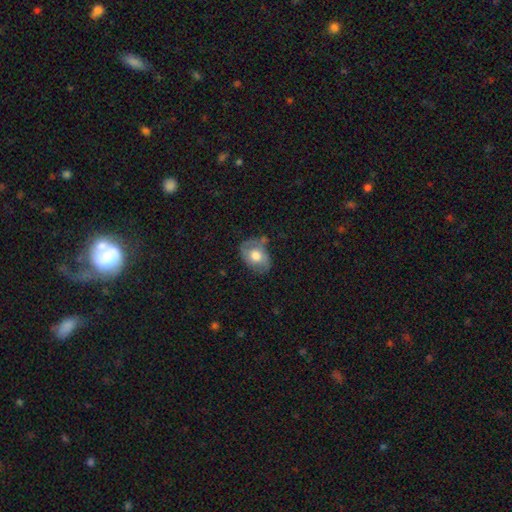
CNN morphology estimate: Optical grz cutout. It shows a smooth galaxy with no disk features (53%) that is in between round and cigar-shaped (73%). Merging: none (53%).